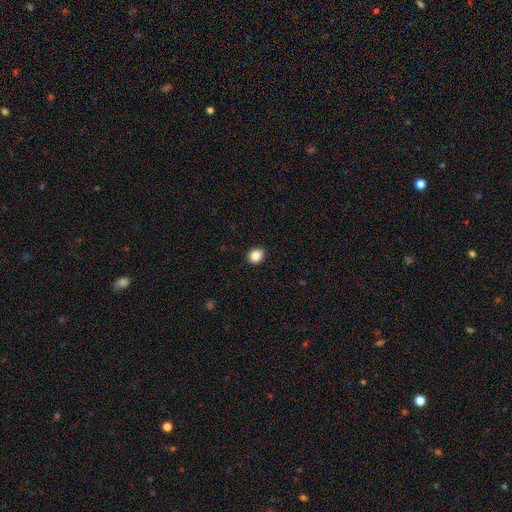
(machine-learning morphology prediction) smooth_or_featured: smooth (p=0.86) [alt: star or artifact p=0.09]
how_rounded: round (p=0.57) [alt: in between p=0.42]
merging: none (p=0.87) [alt: minor disturbance p=0.10]